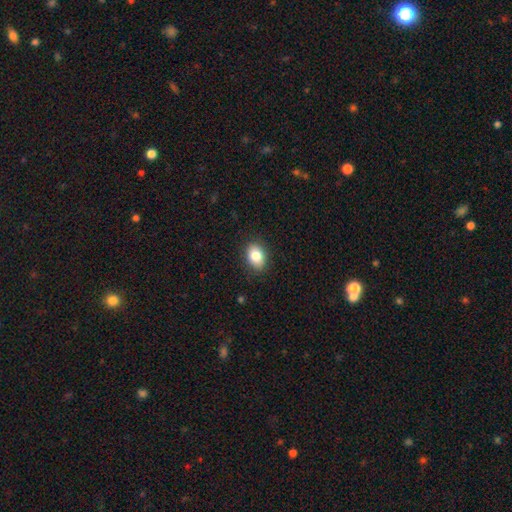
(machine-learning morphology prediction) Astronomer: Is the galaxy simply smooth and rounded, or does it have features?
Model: smooth — 83%.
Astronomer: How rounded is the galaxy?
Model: in between — 76%.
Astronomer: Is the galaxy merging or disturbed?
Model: none — 87%.